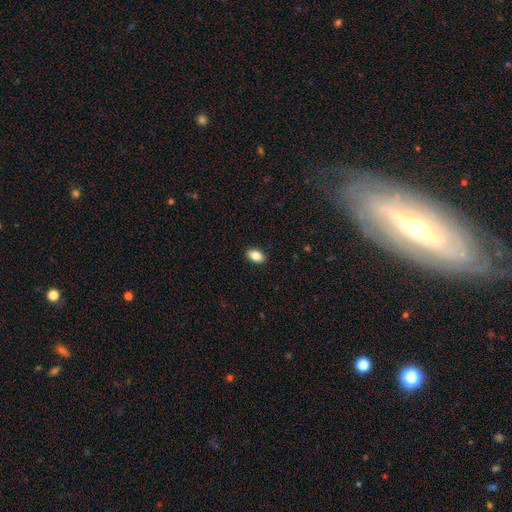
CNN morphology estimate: Overall: smooth (85%). How rounded: in between (90%). Merging: none (90%).